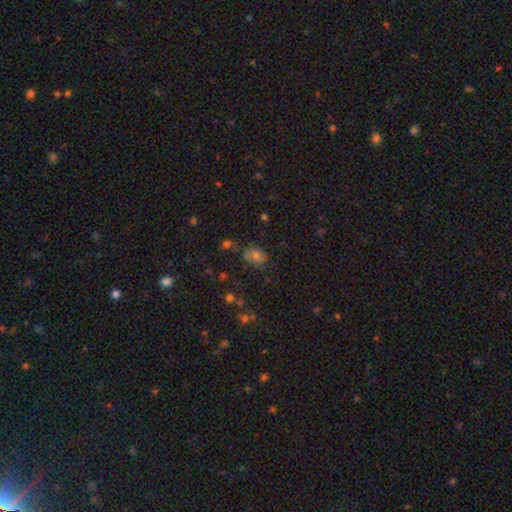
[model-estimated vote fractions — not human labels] Smooth or featured? Predicted: smooth (p=0.51). How rounded? Predicted: in between (p=0.58). Merging? Predicted: none (p=0.63).